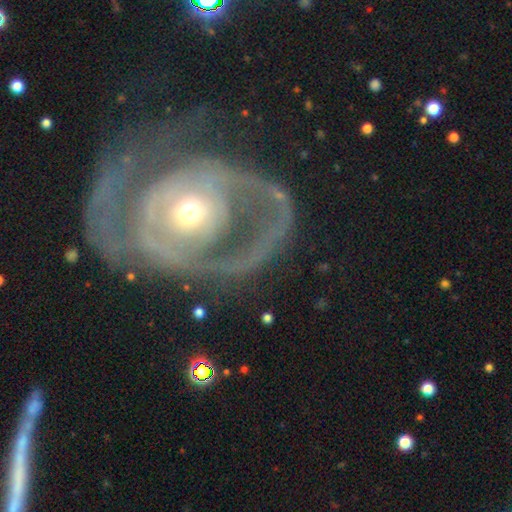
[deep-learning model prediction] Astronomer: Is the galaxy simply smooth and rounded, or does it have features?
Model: featured or disk — 75%.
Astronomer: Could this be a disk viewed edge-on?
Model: no — 96%.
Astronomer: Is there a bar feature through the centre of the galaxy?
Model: no — 74%.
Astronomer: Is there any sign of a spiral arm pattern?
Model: yes — 56% (runner-up: no, 44%).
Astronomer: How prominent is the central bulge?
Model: moderate — 54% (runner-up: small, 38%).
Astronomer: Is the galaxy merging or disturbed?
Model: none — 40% (runner-up: major disturbance, 36%).